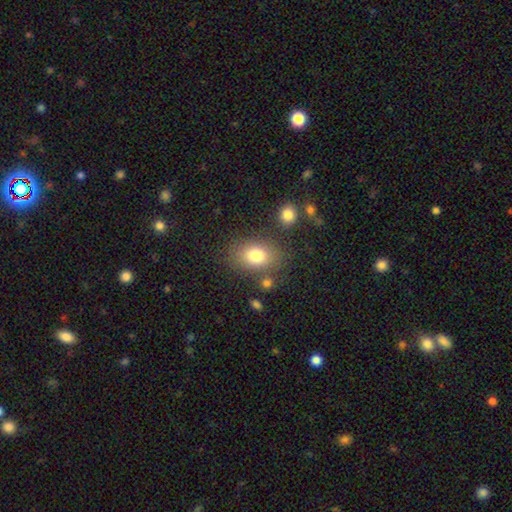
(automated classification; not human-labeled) A smooth galaxy with no disk features (79%) that is in between round and cigar-shaped (72%).

Vote fractions:
- Smooth or featured? smooth: 79% / featured or disk: 11% / star or artifact: 10%
- How rounded? in between: 72% / round: 26% / cigar-shaped: 1%
- Merging? none: 74% / minor disturbance: 14% / merger: 7% / major disturbance: 5%